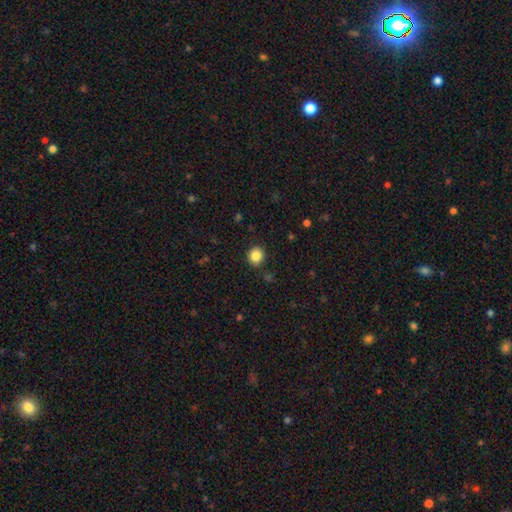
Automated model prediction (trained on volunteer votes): Smooth or featured? smooth (85%)
How rounded? round (82%)
Merging? none (89%)